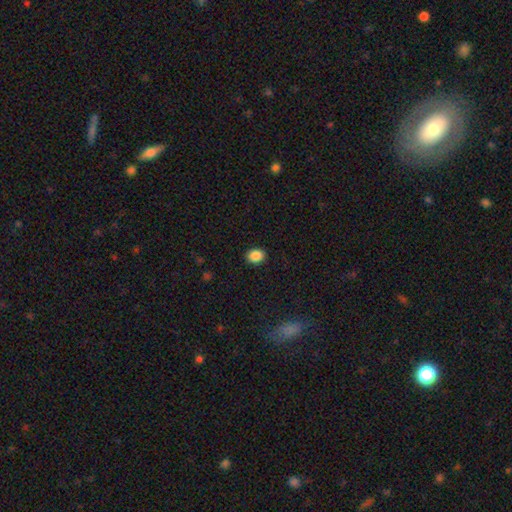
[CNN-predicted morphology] Smooth or featured? smooth (88%)
How rounded? in between (53%)
Merging? none (90%)